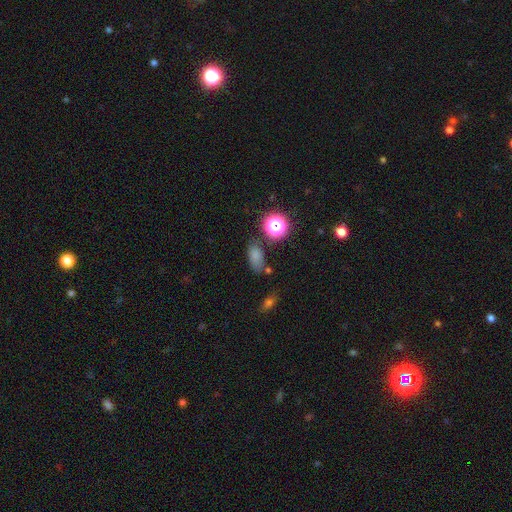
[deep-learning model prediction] A smooth galaxy with no disk features (73%) that is in between round and cigar-shaped (82%). Merging: none (66%).